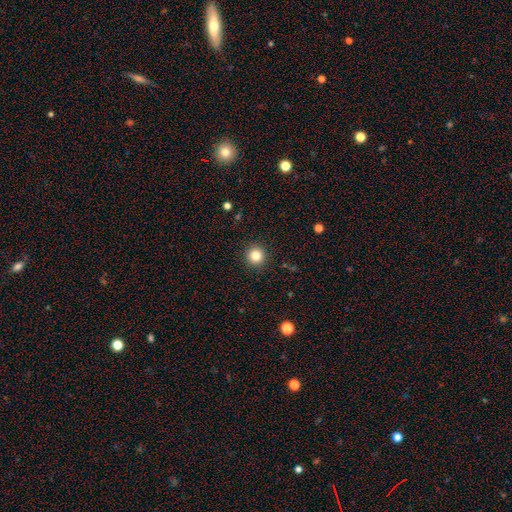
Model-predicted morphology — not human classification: This appears to be a smooth galaxy with no disk features (84%) that is round (95%). Merging: none (92%).